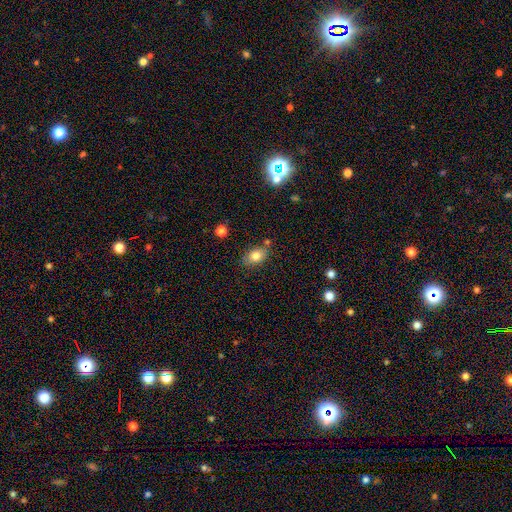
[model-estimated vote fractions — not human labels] Overall: smooth (80%). How rounded: in between (81%). Merging: none (72%).